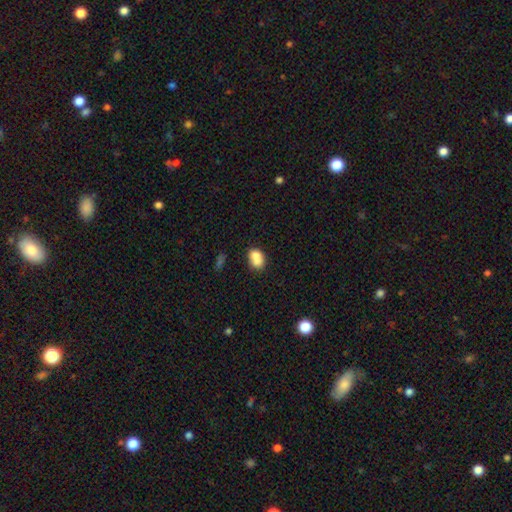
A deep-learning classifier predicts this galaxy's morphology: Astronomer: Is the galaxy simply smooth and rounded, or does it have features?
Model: smooth — 74%.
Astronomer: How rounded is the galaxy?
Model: in between — 62%.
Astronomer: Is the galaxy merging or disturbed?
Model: merger — 52% (runner-up: none, 31%).